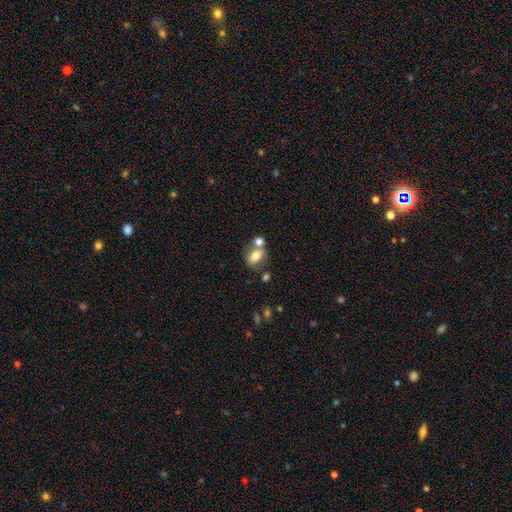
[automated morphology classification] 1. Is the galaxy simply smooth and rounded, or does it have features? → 75% smooth, 15% featured or disk, 10% star or artifact.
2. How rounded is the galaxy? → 67% in between, 31% round, 2% cigar-shaped.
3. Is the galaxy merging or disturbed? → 51% none, 30% merger, 14% minor disturbance, 5% major disturbance.